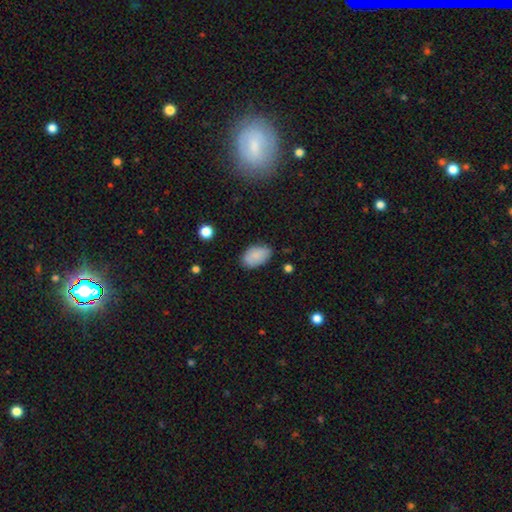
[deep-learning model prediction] Smooth or featured?
  - smooth: 86% *
  - star or artifact: 7%
  - featured or disk: 7%
How rounded?
  - in between: 92% *
  - round: 7%
  - cigar-shaped: 1%
Merging?
  - none: 80% *
  - minor disturbance: 15%
  - major disturbance: 3%
  - merger: 1%